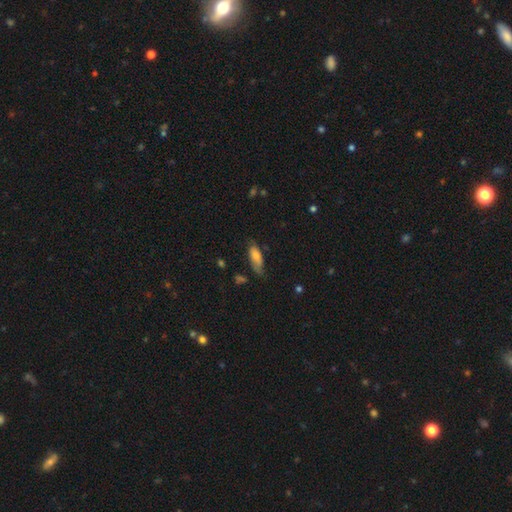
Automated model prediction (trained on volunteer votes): A smooth galaxy with no disk features (71%) that is in between round and cigar-shaped (69%).

Vote fractions:
- Smooth or featured? smooth: 71% / featured or disk: 22% / star or artifact: 7%
- How rounded? in between: 69% / cigar-shaped: 29% / round: 2%
- Merging? none: 58% / minor disturbance: 31% / major disturbance: 8% / merger: 2%